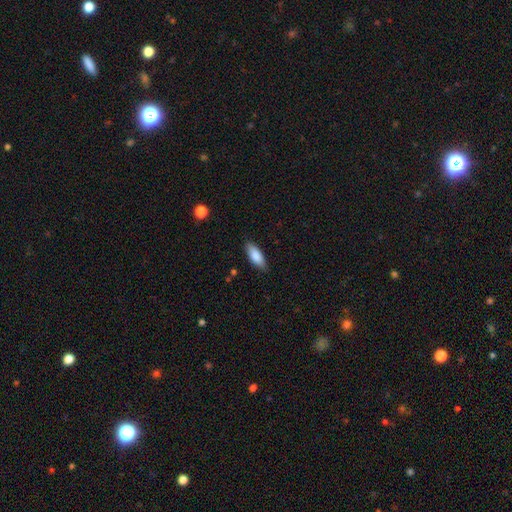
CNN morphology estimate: Q: Smooth or featured?
A: smooth (85%); runner-up: featured or disk (9%)
Q: How rounded?
A: in between (75%); runner-up: cigar-shaped (24%)
Q: Merging?
A: none (85%); runner-up: minor disturbance (12%)